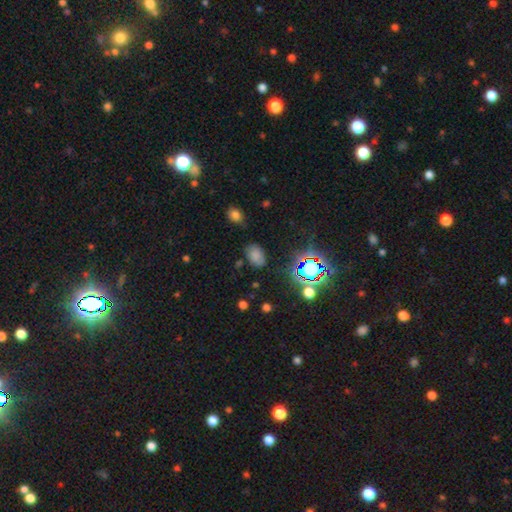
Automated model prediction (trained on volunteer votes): smooth 68%, star or artifact 22%, featured or disk 10%. Down the decision tree: how rounded — in between (84%); merging — none (72%).